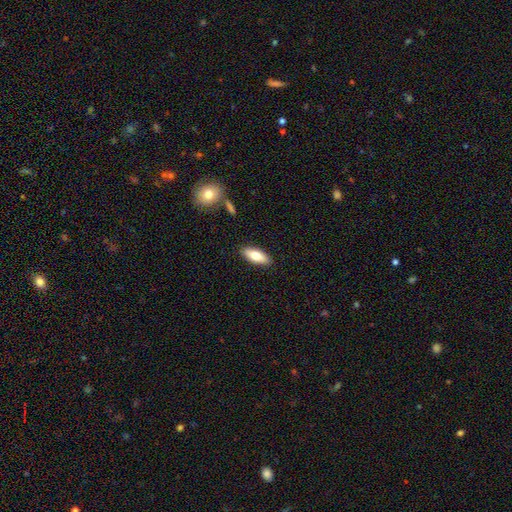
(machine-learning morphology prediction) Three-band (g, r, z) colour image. It shows a smooth galaxy with no disk features (75%) that is in between round and cigar-shaped (75%). Merging: none (88%).